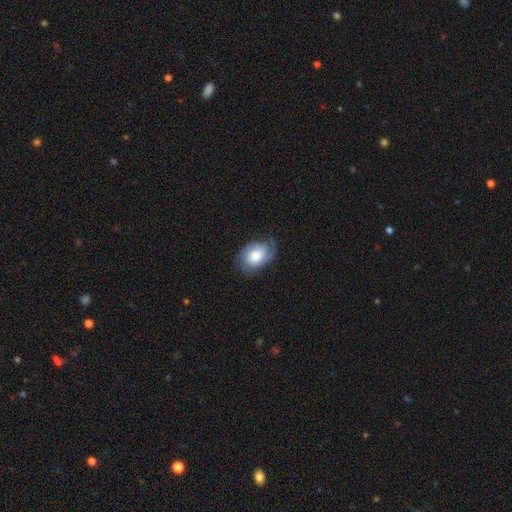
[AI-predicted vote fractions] A featured or disk galaxy (55%) with no bar (74%), spiral arms (86%) and a moderate central bulge (44%). Merging: none (69%).